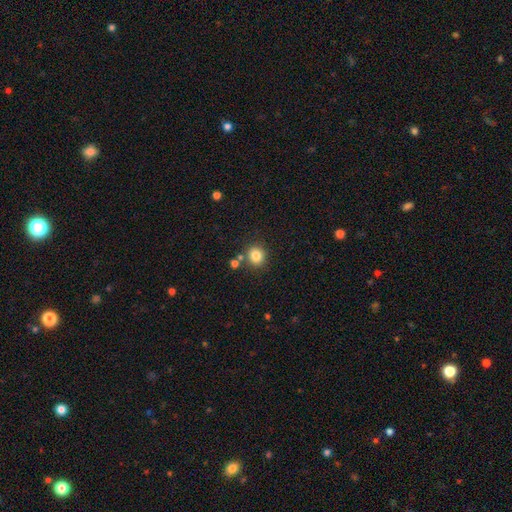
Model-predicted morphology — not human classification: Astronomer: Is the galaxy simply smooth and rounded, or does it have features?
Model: smooth — 83%.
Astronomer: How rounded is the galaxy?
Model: round — 84%.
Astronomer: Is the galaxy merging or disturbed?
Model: none — 79%.